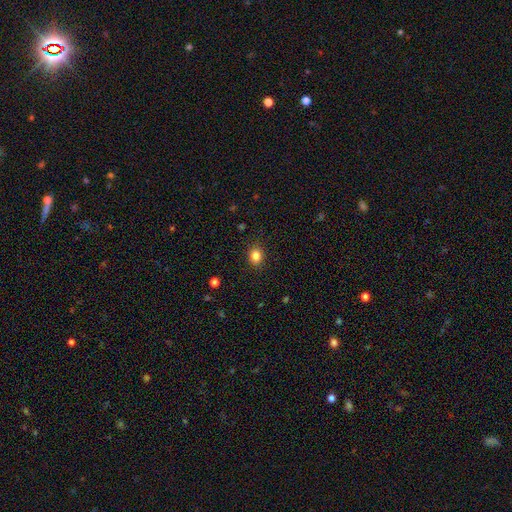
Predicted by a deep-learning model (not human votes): Morphology: type=smooth (84%); roundness=round (55%); merging=none (88%).